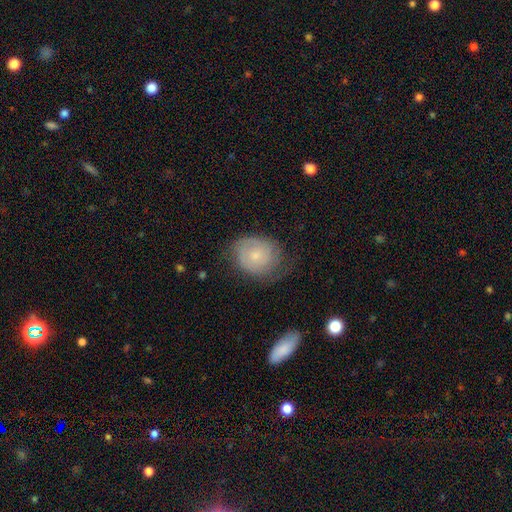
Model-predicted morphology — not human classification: Smooth or featured: featured or disk — 49% (smooth — 43%)
Merging: none — 54% (minor disturbance — 29%)